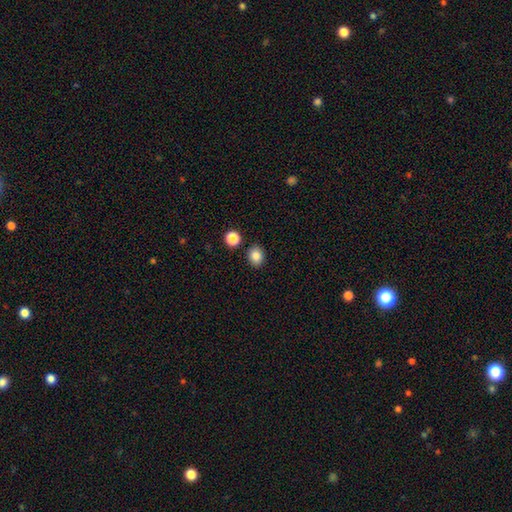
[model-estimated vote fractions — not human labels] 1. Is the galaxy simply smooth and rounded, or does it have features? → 85% smooth, 10% star or artifact, 5% featured or disk.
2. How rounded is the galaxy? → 57% round, 43% in between, 1% cigar-shaped.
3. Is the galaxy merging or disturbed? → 87% none, 7% minor disturbance, 4% merger, 2% major disturbance.